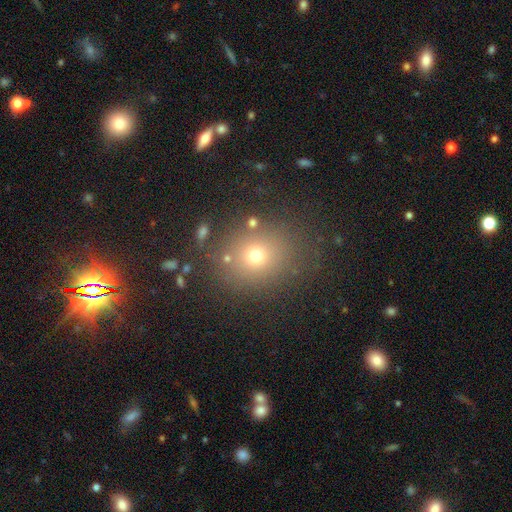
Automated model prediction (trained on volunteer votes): Smooth or featured? Predicted: smooth (p=0.69). How rounded? Predicted: round (p=0.74). Merging? Predicted: none (p=0.82).